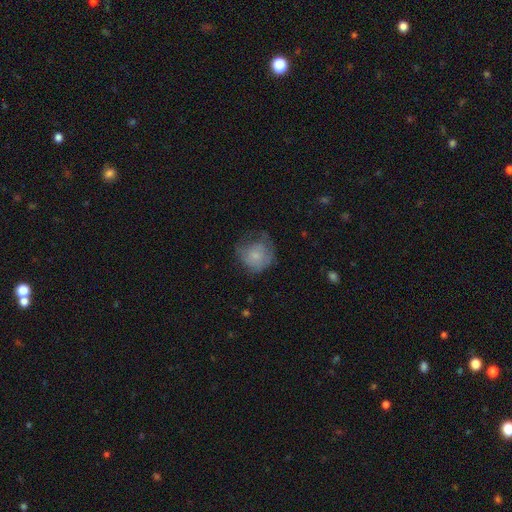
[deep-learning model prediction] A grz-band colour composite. It shows a smooth galaxy with no disk features (67%) that is round (81%). Merging: none (44%).